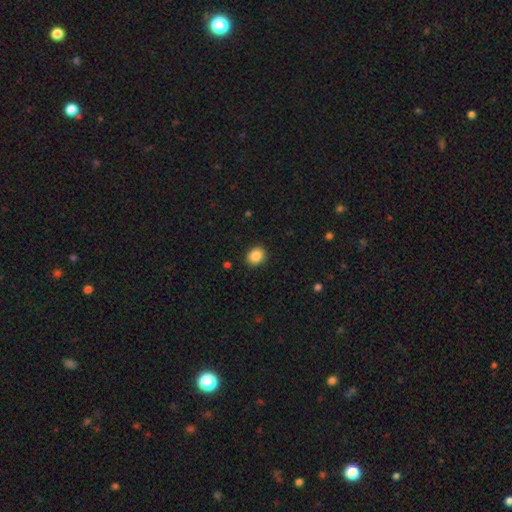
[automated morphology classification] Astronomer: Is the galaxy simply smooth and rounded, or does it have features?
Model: smooth — 88%.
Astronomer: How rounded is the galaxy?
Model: round — 66%.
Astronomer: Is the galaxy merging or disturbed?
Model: none — 90%.